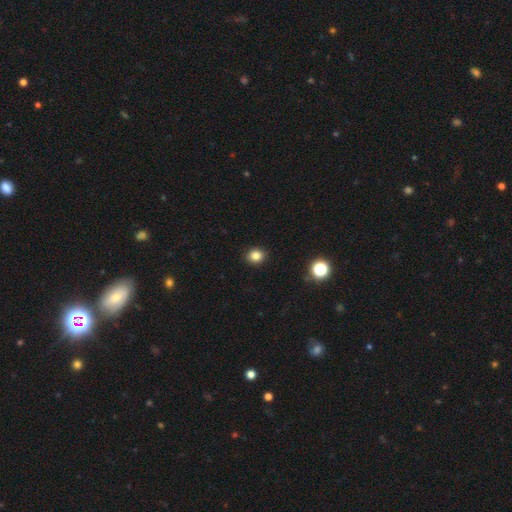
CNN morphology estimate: smooth_or_featured: smooth (p=0.83) [alt: star or artifact p=0.12]
how_rounded: round (p=0.73) [alt: in between p=0.26]
merging: none (p=0.91) [alt: minor disturbance p=0.06]